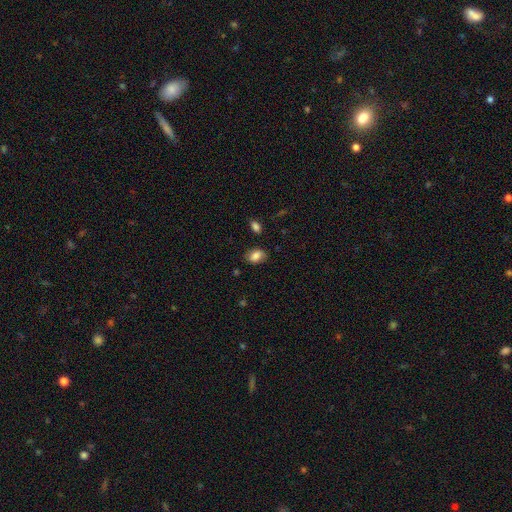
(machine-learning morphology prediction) smooth-or-featured: smooth: 80% | featured or disk: 12% | star or artifact: 8%
  how-rounded: in between: 84% | round: 14% | cigar-shaped: 1%
  merging: none: 76% | minor disturbance: 18% | major disturbance: 5% | merger: 2%